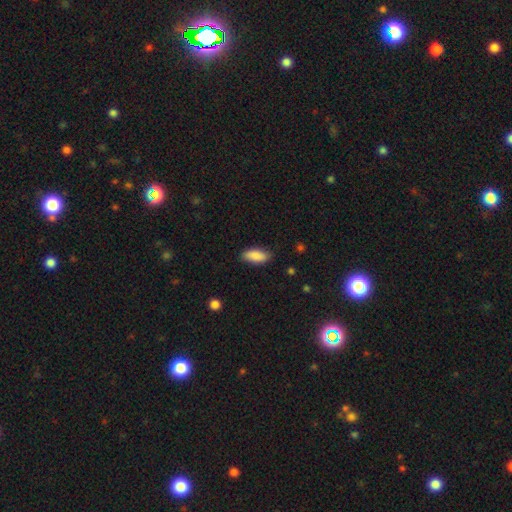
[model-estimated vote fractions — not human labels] Q: Smooth or featured?
A: smooth (88%); runner-up: star or artifact (6%)
Q: How rounded?
A: in between (84%); runner-up: cigar-shaped (14%)
Q: Merging?
A: none (84%); runner-up: minor disturbance (12%)